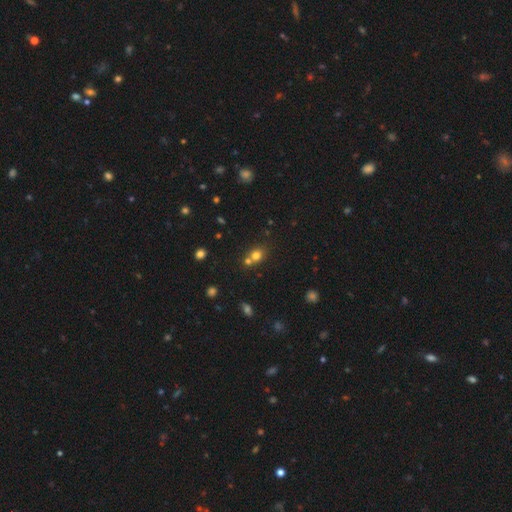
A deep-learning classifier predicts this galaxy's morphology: smooth_or_featured: smooth (p=0.72) [alt: star or artifact p=0.18]
how_rounded: round (p=0.74) [alt: in between p=0.25]
merging: none (p=0.49) [alt: merger p=0.40]